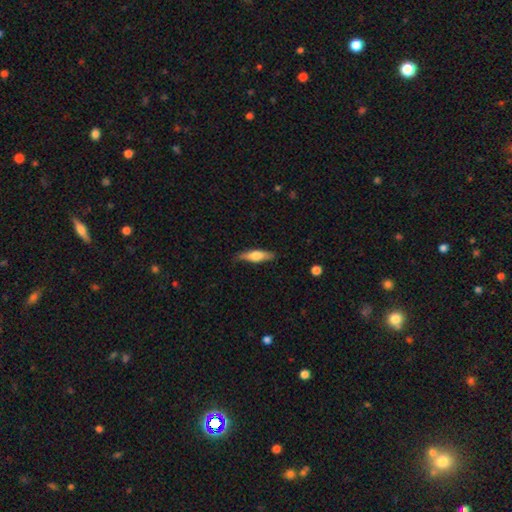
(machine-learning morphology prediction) The model was most divided on "smooth or featured": smooth: 58%, featured or disk: 36%, star or artifact: 6%. More confident: merging — none (80%); how rounded — cigar-shaped (60%).